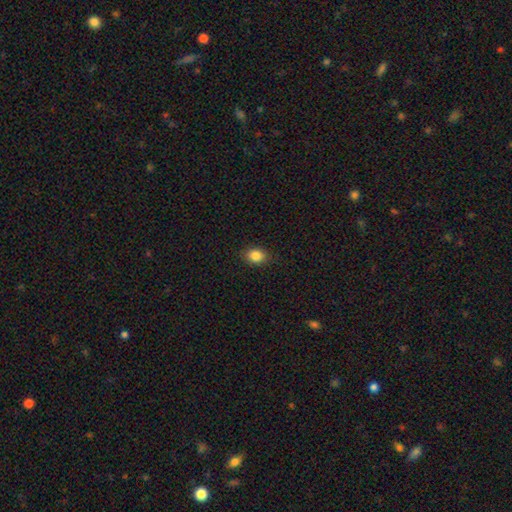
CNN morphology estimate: The model was most divided on "how rounded": in between: 63%, round: 36%, cigar-shaped: 1%. More confident: merging — none (87%); smooth or featured — smooth (85%).